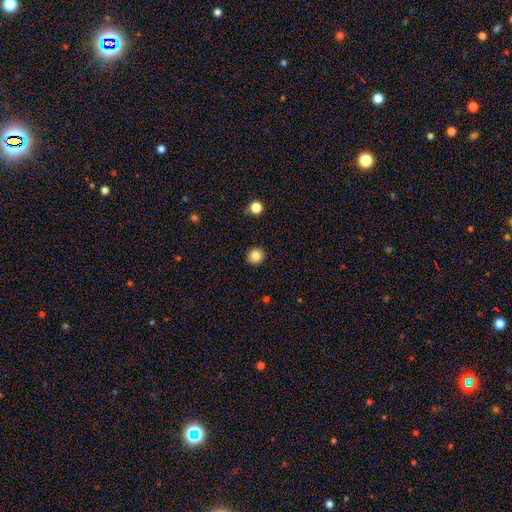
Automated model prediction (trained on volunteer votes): Smooth or featured? Predicted: smooth (p=0.84). How rounded? Predicted: round (p=0.93). Merging? Predicted: none (p=0.91).